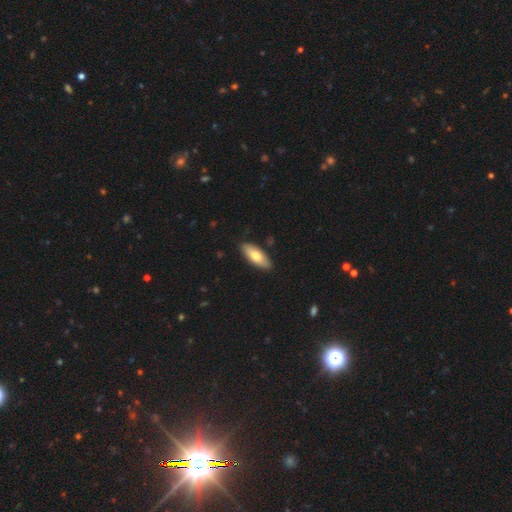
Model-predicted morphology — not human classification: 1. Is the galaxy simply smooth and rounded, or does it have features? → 72% smooth, 23% featured or disk, 5% star or artifact.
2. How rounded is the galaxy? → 75% in between, 23% cigar-shaped, 2% round.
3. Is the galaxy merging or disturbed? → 88% none, 9% minor disturbance, 2% major disturbance, 1% merger.